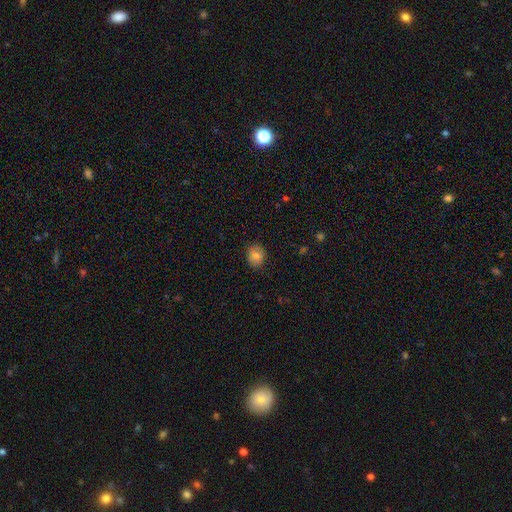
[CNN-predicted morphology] Q: Smooth or featured?
A: smooth (78%); runner-up: featured or disk (12%)
Q: How rounded?
A: round (65%); runner-up: in between (34%)
Q: Merging?
A: none (87%); runner-up: minor disturbance (10%)